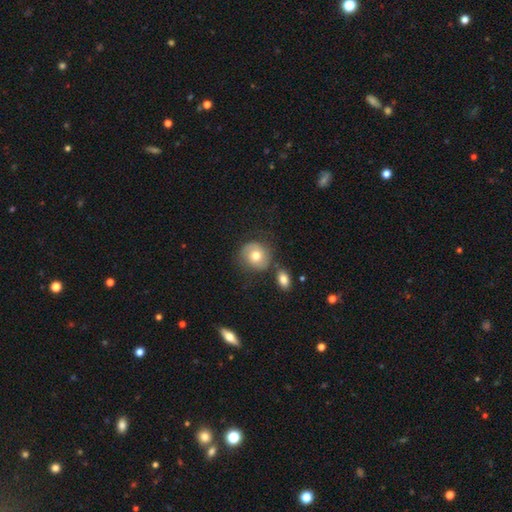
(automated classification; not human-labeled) Smooth or featured?
  - smooth: 61% *
  - featured or disk: 31%
  - star or artifact: 8%
How rounded?
  - round: 82% *
  - in between: 17%
  - cigar-shaped: 1%
Merging?
  - none: 66% *
  - minor disturbance: 17%
  - merger: 11%
  - major disturbance: 7%